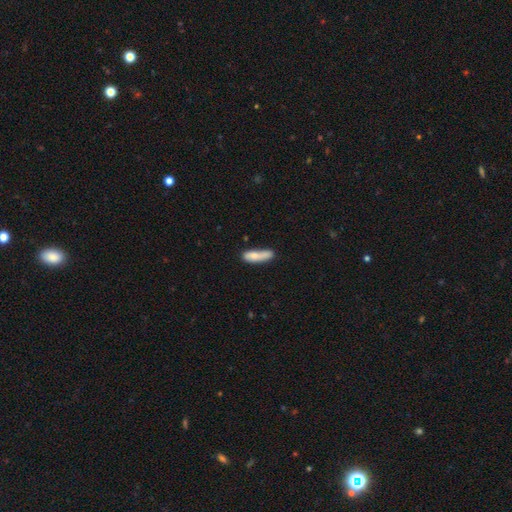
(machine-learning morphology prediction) smooth-or-featured: smooth: 75% | featured or disk: 19% | star or artifact: 6%
  how-rounded: cigar-shaped: 55% | in between: 42% | round: 2%
  merging: none: 53% | minor disturbance: 27% | merger: 12% | major disturbance: 8%